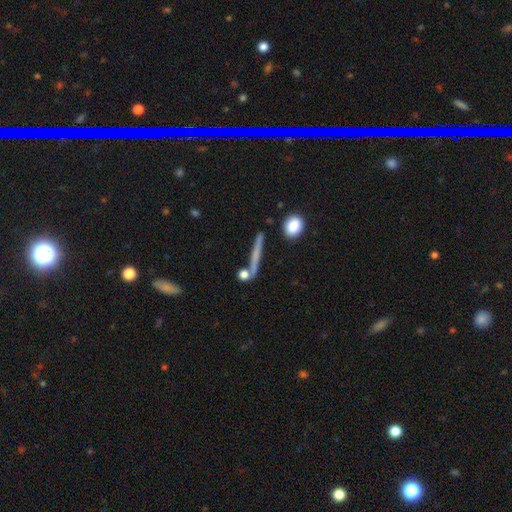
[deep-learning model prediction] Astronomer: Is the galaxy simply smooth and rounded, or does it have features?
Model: smooth — 48% (runner-up: featured or disk, 42%).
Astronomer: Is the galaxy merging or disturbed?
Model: none — 80%.